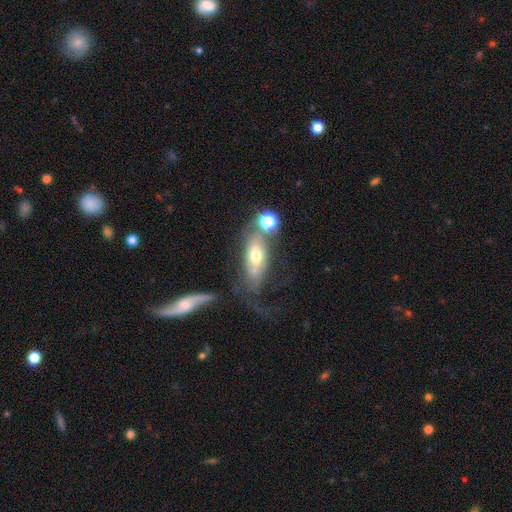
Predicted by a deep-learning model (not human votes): A featured or disk galaxy (50%). Merging: none (39%).